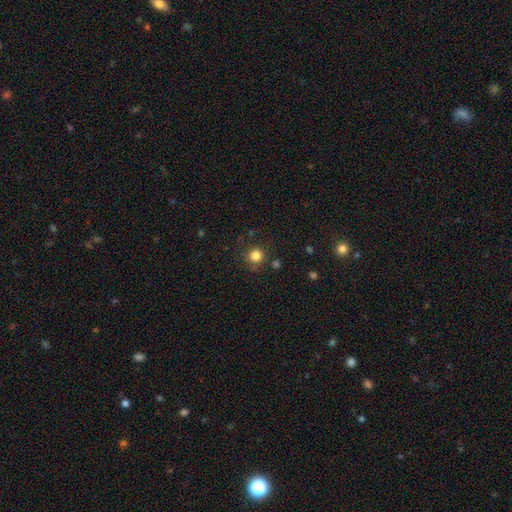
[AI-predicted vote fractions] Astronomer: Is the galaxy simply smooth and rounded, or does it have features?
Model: smooth — 82%.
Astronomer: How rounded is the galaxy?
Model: round — 93%.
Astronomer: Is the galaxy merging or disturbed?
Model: none — 81%.